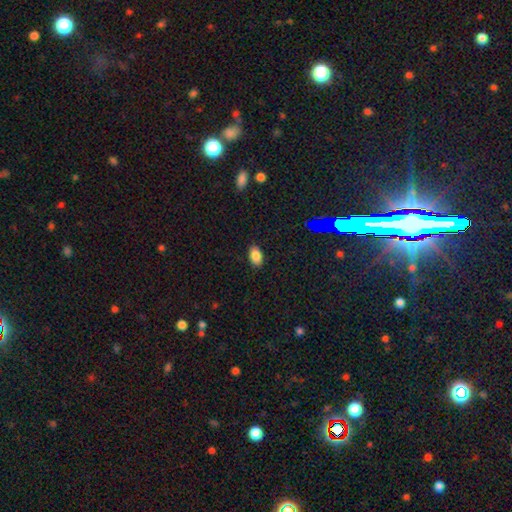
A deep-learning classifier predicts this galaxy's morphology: Smooth or featured? smooth (84%)
How rounded? in between (91%)
Merging? none (88%)